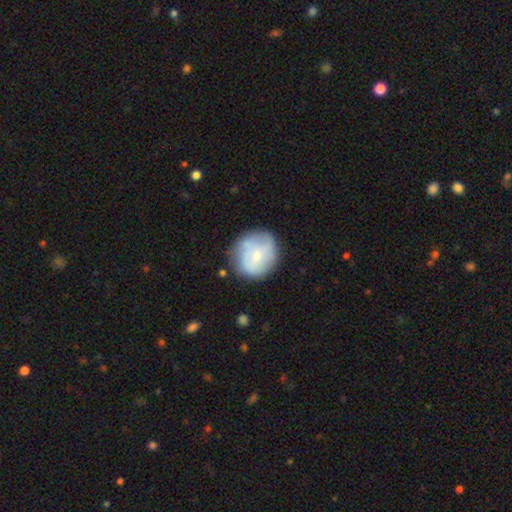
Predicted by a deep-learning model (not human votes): A smooth galaxy with no disk features (54%) that is round (84%).

Vote fractions:
- Smooth or featured? smooth: 54% / featured or disk: 39% / star or artifact: 7%
- How rounded? round: 84% / in between: 15% / cigar-shaped: 1%
- Merging? none: 65% / minor disturbance: 22% / major disturbance: 9% / merger: 3%